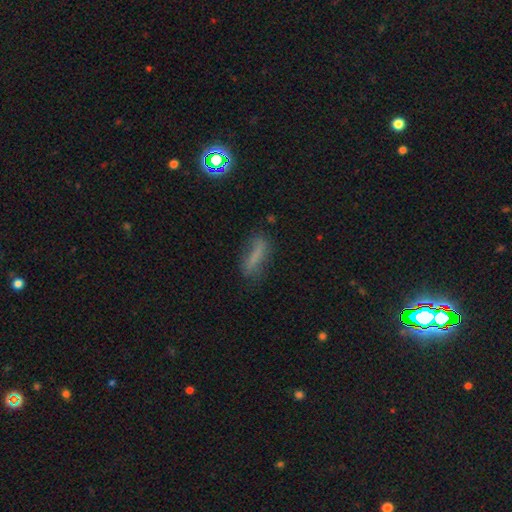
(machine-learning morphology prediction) A smooth galaxy with no disk features (64%) that is cigar-shaped (61%). Merging: none (59%).